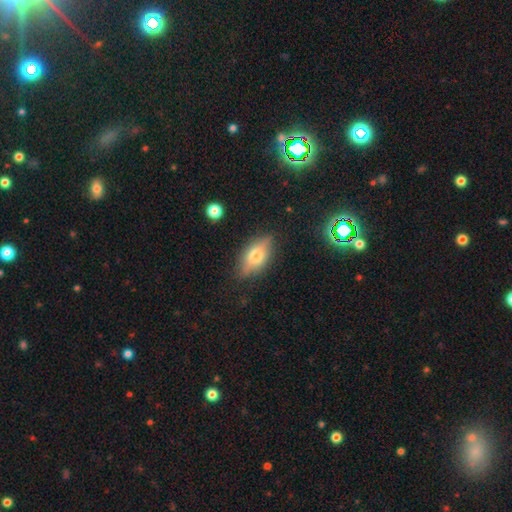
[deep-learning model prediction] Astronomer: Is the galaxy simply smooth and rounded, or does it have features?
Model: smooth — 58% (runner-up: featured or disk, 34%).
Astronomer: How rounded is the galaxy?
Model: in between — 84%.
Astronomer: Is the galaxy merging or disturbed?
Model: none — 79%.